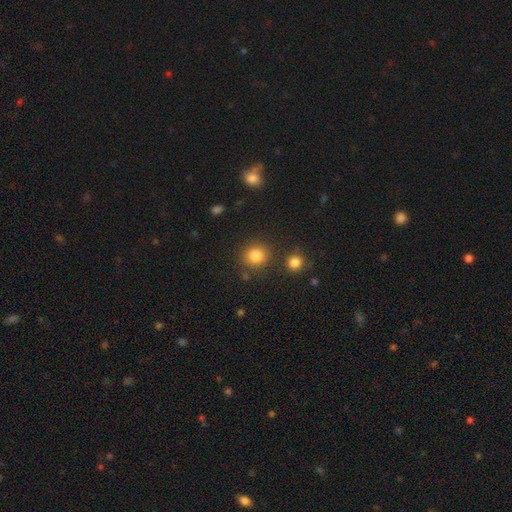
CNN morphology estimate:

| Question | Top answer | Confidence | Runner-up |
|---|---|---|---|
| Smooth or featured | smooth | 84% | star or artifact (11%) |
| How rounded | round | 85% | in between (14%) |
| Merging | none | 82% | minor disturbance (8%) |